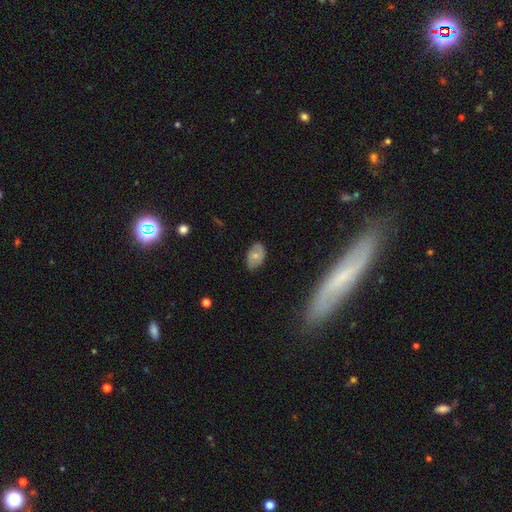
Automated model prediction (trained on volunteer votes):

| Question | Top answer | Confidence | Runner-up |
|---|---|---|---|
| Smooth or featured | smooth | 58% | featured or disk (33%) |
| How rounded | in between | 87% | round (11%) |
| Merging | none | 74% | minor disturbance (21%) |